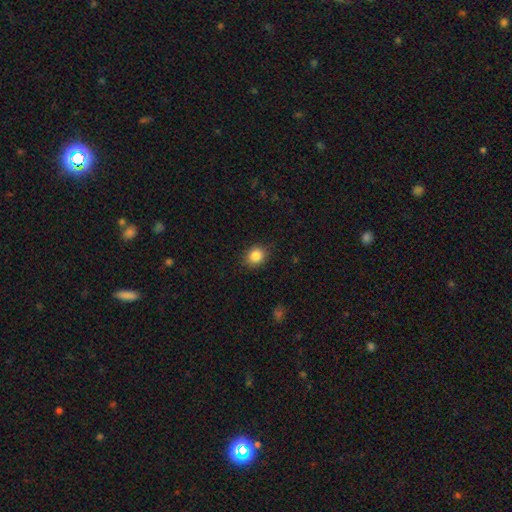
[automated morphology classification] A smooth galaxy with no disk features (86%) that is round (63%).

Vote fractions:
- Smooth or featured? smooth: 86% / star or artifact: 10% / featured or disk: 5%
- How rounded? round: 63% / in between: 36% / cigar-shaped: 1%
- Merging? none: 85% / minor disturbance: 11% / major disturbance: 3% / merger: 1%